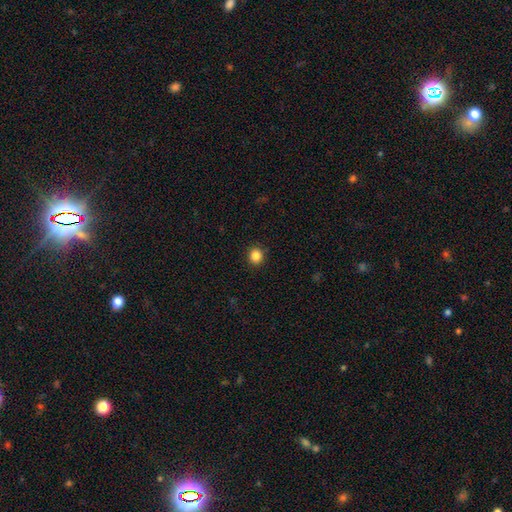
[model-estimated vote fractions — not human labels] A smooth galaxy with no disk features (85%) that is round (88%). Merging: none (92%).